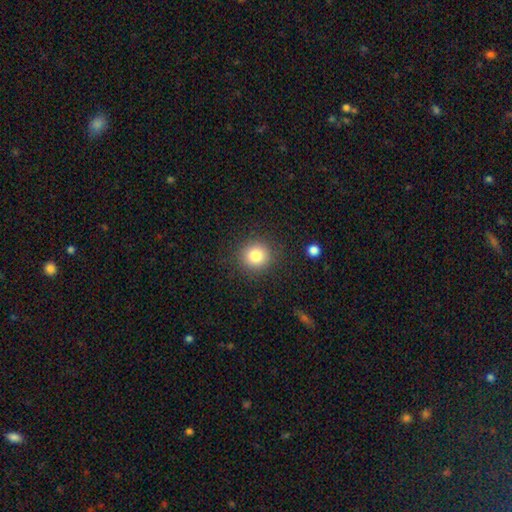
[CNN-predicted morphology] type=smooth (82%); roundness=round (91%); merging=none (88%).